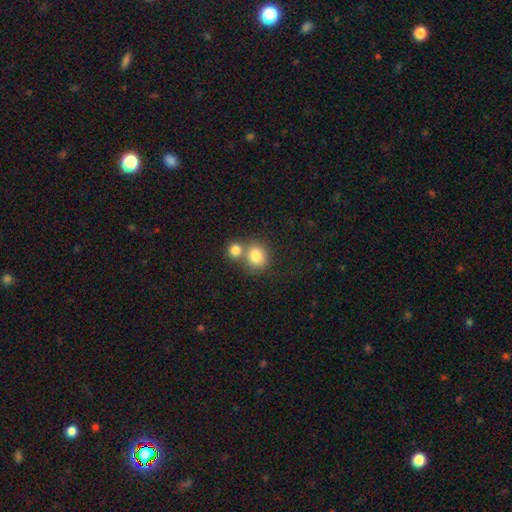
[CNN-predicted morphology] A smooth galaxy with no disk features (81%) that is round (81%).

Vote fractions:
- Smooth or featured? smooth: 81% / star or artifact: 10% / featured or disk: 9%
- How rounded? round: 81% / in between: 18% / cigar-shaped: 1%
- Merging? none: 47% / merger: 42% / minor disturbance: 8% / major disturbance: 3%